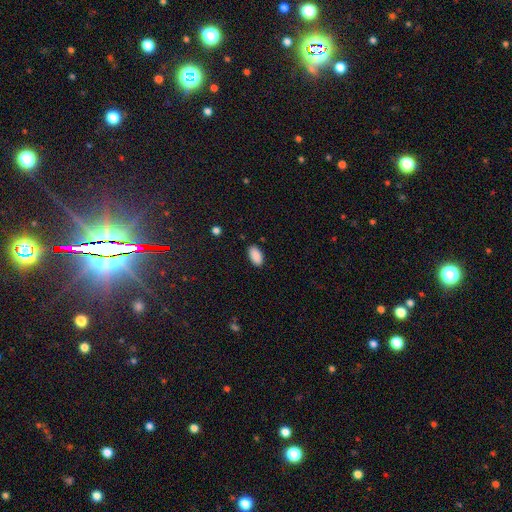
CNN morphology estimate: smooth-or-featured: smooth: 90% | star or artifact: 7% | featured or disk: 3%
  how-rounded: in between: 95% | round: 3% | cigar-shaped: 2%
  merging: none: 88% | minor disturbance: 9% | major disturbance: 2% | merger: 1%